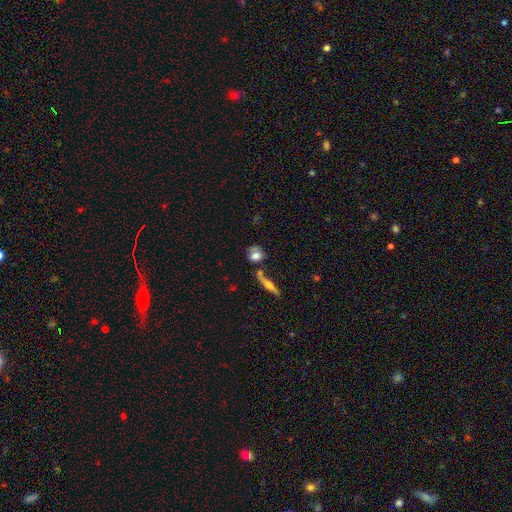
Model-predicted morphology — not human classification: Q: Smooth or featured?
A: smooth (64%); runner-up: featured or disk (28%)
Q: How rounded?
A: round (51%); runner-up: in between (42%)
Q: Merging?
A: none (52%); runner-up: merger (20%)